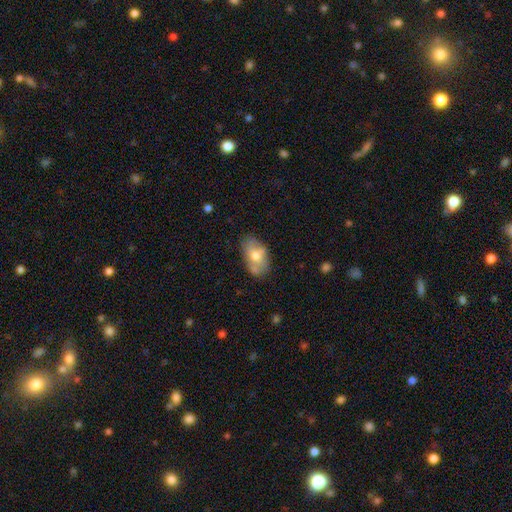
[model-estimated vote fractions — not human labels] A smooth galaxy with no disk features (60%) that is in between round and cigar-shaped (91%).

Vote fractions:
- Smooth or featured? smooth: 60% / featured or disk: 33% / star or artifact: 7%
- How rounded? in between: 91% / round: 7% / cigar-shaped: 2%
- Merging? none: 61% / minor disturbance: 26% / major disturbance: 8% / merger: 5%